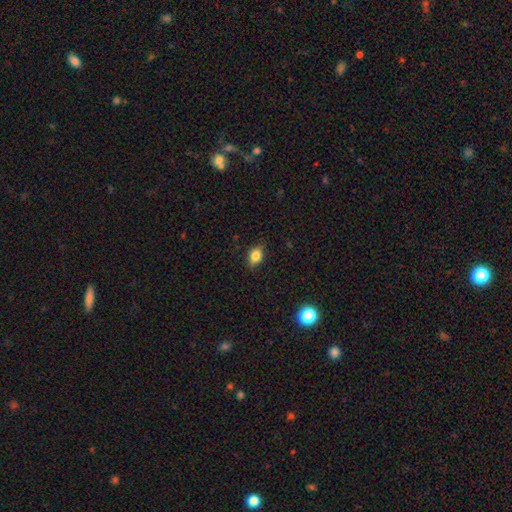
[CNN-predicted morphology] smooth 83%, star or artifact 9%, featured or disk 7%. Down the decision tree: how rounded — in between (74%); merging — none (83%).